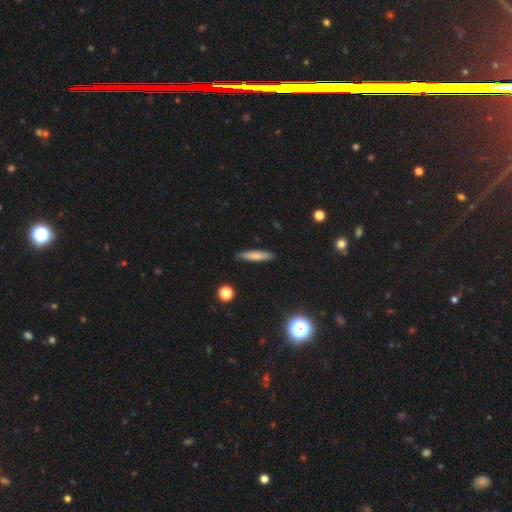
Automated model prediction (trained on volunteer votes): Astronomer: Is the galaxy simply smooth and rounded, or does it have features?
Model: smooth — 77%.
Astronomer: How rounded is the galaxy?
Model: cigar-shaped — 84%.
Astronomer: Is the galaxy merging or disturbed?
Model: none — 86%.